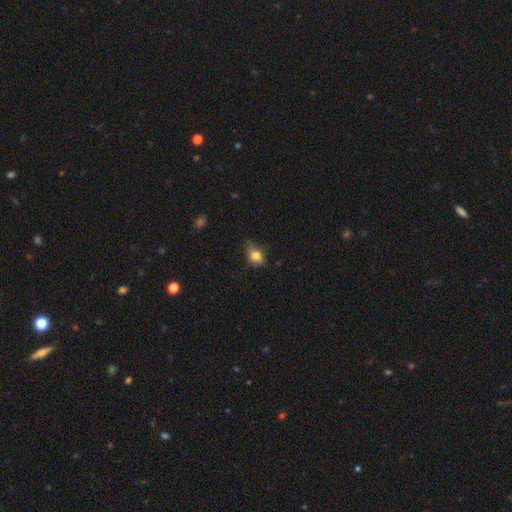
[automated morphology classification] Smooth or featured?
  - smooth: 77% *
  - featured or disk: 13%
  - star or artifact: 10%
How rounded?
  - in between: 61% *
  - round: 37%
  - cigar-shaped: 2%
Merging?
  - none: 46% *
  - minor disturbance: 39%
  - major disturbance: 12%
  - merger: 2%